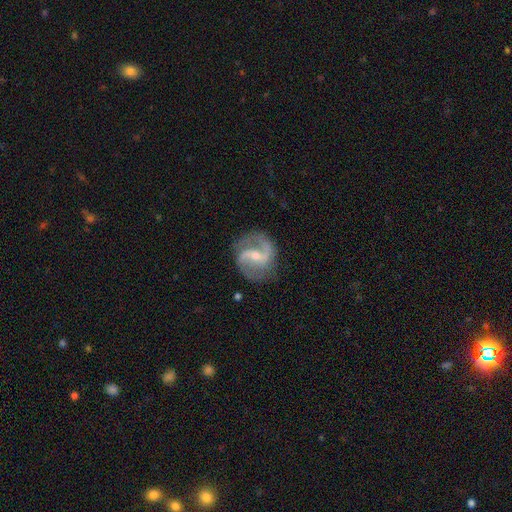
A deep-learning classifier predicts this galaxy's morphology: This appears to be a featured or disk galaxy (90%) with a weak bar (44%), 2 (92%) medium (54%) spiral arms (97%) and a small central bulge (58%). Merging: none (80%).